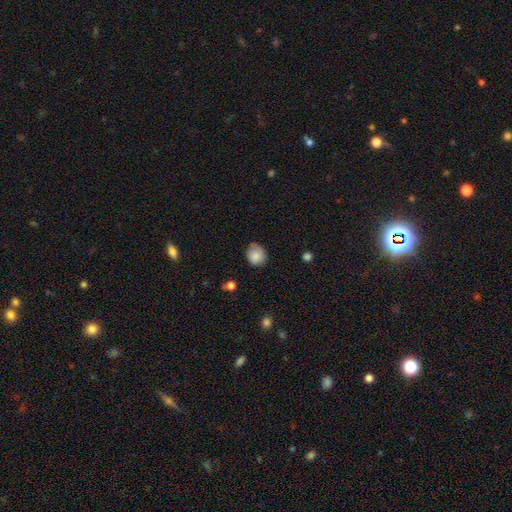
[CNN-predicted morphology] Q: Smooth or featured?
A: smooth (84%); runner-up: star or artifact (9%)
Q: How rounded?
A: round (77%); runner-up: in between (22%)
Q: Merging?
A: none (69%); runner-up: minor disturbance (25%)